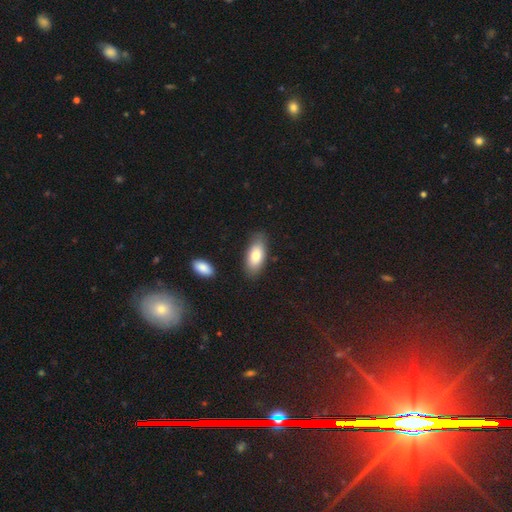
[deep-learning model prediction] Smooth or featured? Predicted: smooth (p=0.79). How rounded? Predicted: in between (p=0.88). Merging? Predicted: none (p=0.82).